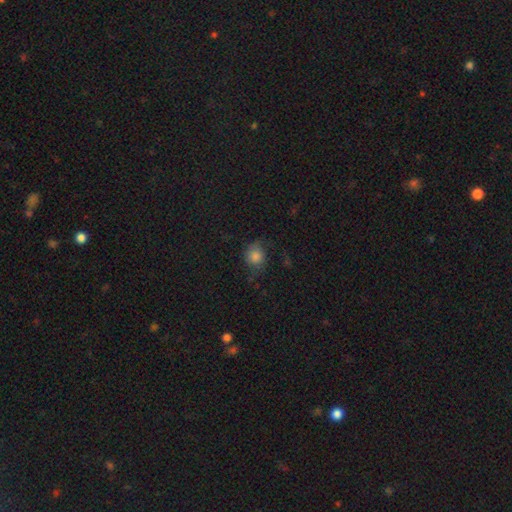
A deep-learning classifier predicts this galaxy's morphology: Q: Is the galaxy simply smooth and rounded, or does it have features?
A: smooth — 75%.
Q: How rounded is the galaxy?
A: round — 75%.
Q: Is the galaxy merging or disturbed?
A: none — 56%.